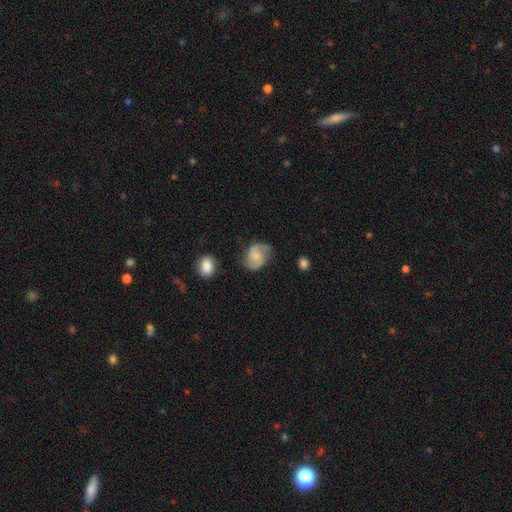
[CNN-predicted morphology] A featured or disk galaxy (66%) with no bar (59%), 2 (89%) medium (46%) spiral arms (93%) and a small central bulge (50%). Merging: none (68%).